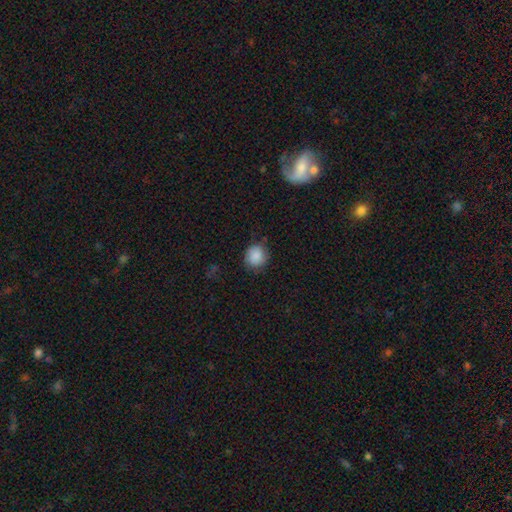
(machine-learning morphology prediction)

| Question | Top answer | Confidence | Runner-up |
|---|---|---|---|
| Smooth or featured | smooth | 86% | star or artifact (8%) |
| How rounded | round | 85% | in between (14%) |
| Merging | none | 79% | minor disturbance (16%) |